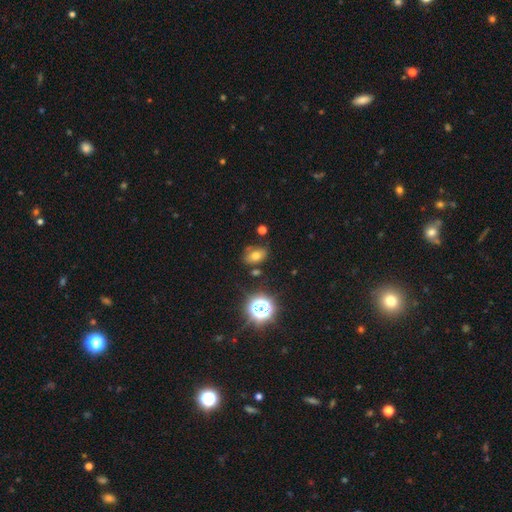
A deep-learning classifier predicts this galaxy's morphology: Overall: smooth (66%). How rounded: in between (79%). Merging: none (72%).